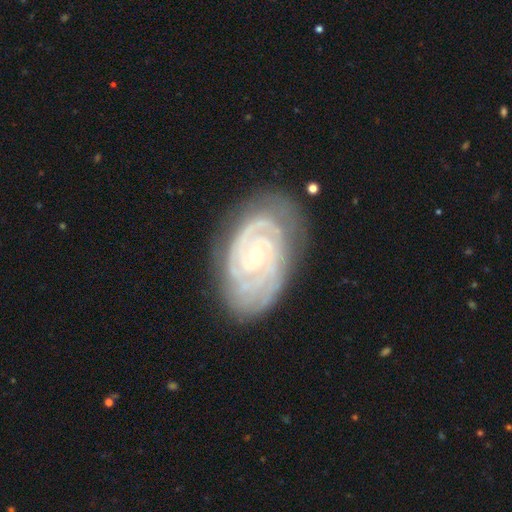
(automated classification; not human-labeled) Smooth or featured? Predicted: featured or disk (p=0.91). Edge-on disk? Predicted: no (p=0.97). Bar? Predicted: no (p=0.63). Spiral arms? Predicted: yes (p=0.98). Spiral winding? Predicted: tight (p=0.82). Spiral arm count? Predicted: 2 (p=0.46). Bulge size? Predicted: small (p=0.72). Merging? Predicted: none (p=0.78).